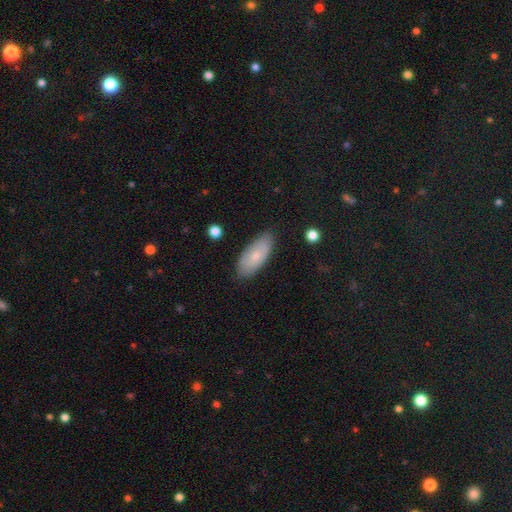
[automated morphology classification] Smooth or featured? Predicted: smooth (p=0.68). How rounded? Predicted: in between (p=0.86). Merging? Predicted: none (p=0.81).